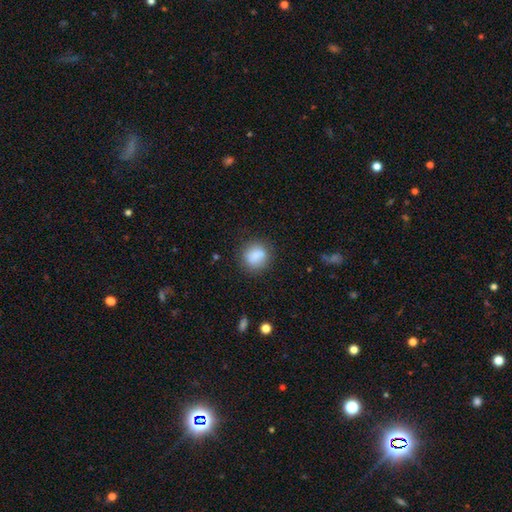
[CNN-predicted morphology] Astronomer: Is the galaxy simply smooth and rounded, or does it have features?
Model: smooth — 84%.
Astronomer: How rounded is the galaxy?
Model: round — 78%.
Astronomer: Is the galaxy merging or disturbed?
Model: none — 79%.